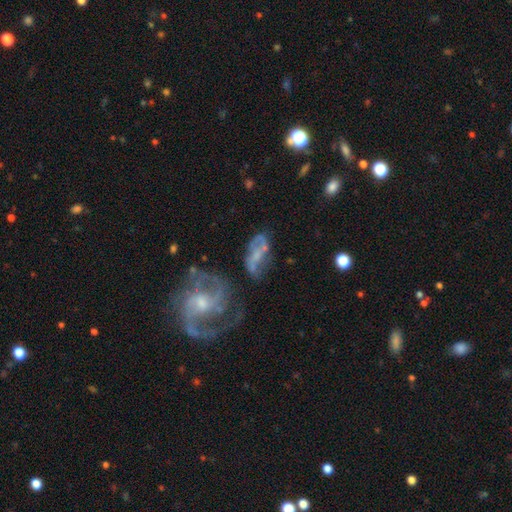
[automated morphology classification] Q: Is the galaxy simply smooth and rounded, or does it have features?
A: featured or disk — 66%.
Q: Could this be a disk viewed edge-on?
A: no — 95%.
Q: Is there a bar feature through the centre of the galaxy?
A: no — 51%.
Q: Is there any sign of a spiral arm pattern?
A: yes — 75%.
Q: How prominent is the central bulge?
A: small — 39%.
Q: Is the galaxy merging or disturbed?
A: none — 45%.